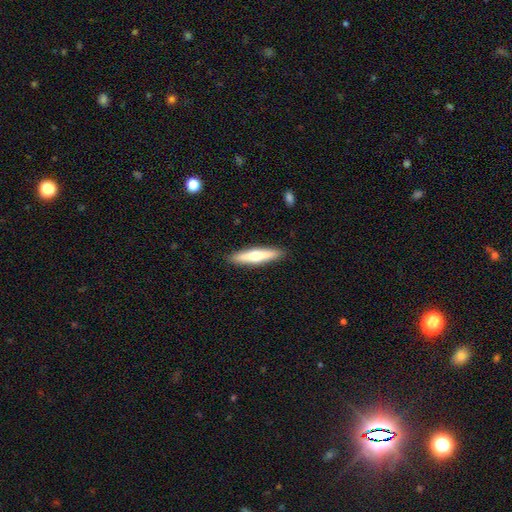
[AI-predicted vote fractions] This is possibly a smooth galaxy (53%). How rounded: clearly cigar-shaped (84%). Merging: clearly none (90%).